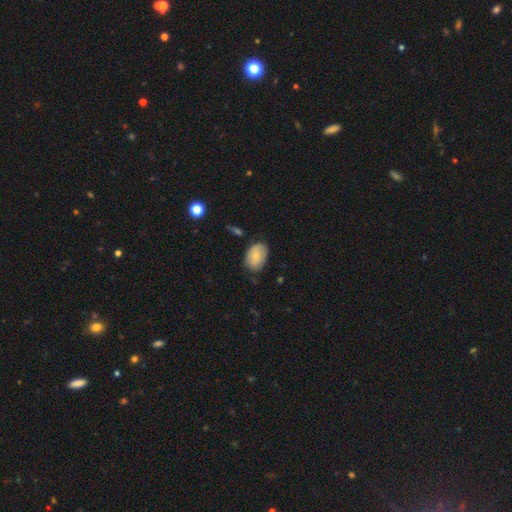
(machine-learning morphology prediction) Smooth or featured? Predicted: smooth (p=0.76). How rounded? Predicted: in between (p=0.86). Merging? Predicted: none (p=0.77).